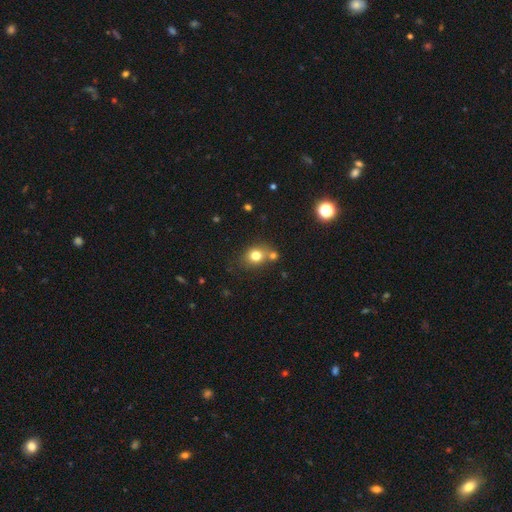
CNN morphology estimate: smooth-or-featured: smooth: 77% | star or artifact: 13% | featured or disk: 10%
  how-rounded: round: 72% | in between: 27% | cigar-shaped: 1%
  merging: none: 62% | merger: 22% | minor disturbance: 12% | major disturbance: 4%